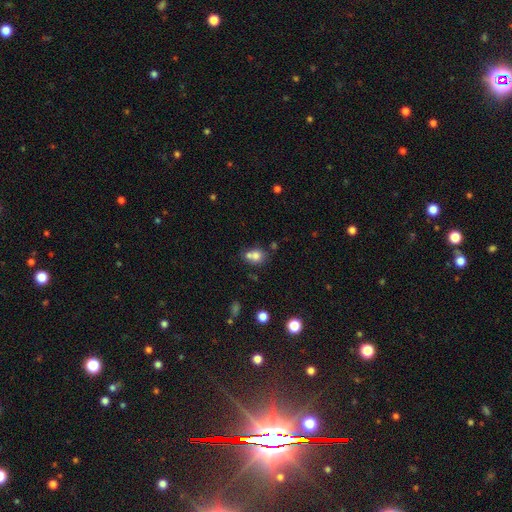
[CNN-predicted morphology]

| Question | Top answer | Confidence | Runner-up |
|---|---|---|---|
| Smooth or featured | smooth | 75% | featured or disk (13%) |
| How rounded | round | 67% | in between (32%) |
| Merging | merger | 47% | none (39%) |